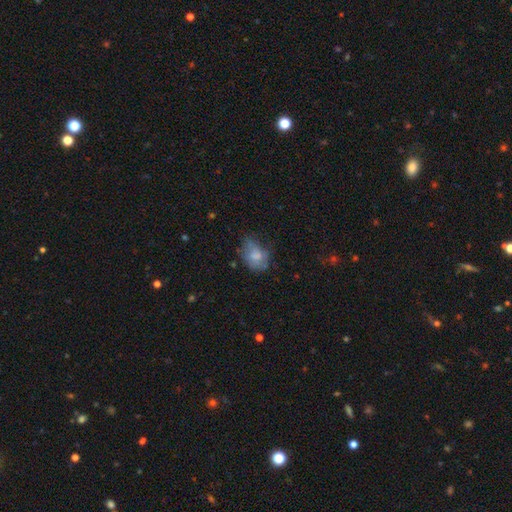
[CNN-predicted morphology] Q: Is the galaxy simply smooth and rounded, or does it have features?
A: smooth — 68%.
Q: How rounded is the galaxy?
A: in between — 72%.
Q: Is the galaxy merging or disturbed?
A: none — 41%.